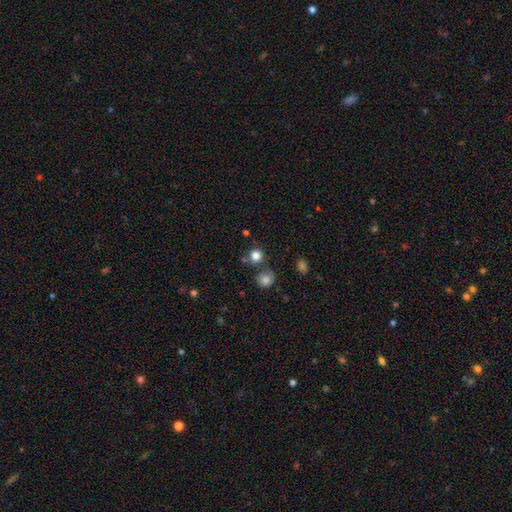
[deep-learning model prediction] This appears to be a smooth galaxy with no disk features (81%) that is round (91%). Merging: none (74%).